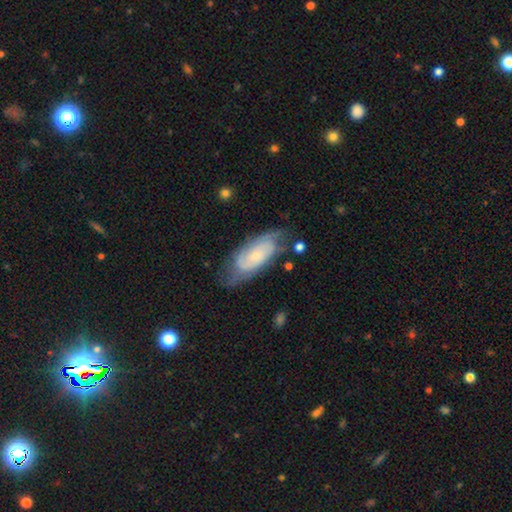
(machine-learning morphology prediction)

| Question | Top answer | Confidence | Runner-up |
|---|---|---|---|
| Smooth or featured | featured or disk | 64% | smooth (30%) |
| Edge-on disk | no | 91% | yes (9%) |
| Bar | no | 67% | weak (27%) |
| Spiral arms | yes | 88% | no (12%) |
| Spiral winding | tight | 47% | medium (38%) |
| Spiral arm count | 2 | 51% | can't tell (32%) |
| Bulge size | small | 62% | moderate (24%) |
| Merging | none | 60% | minor disturbance (26%) |